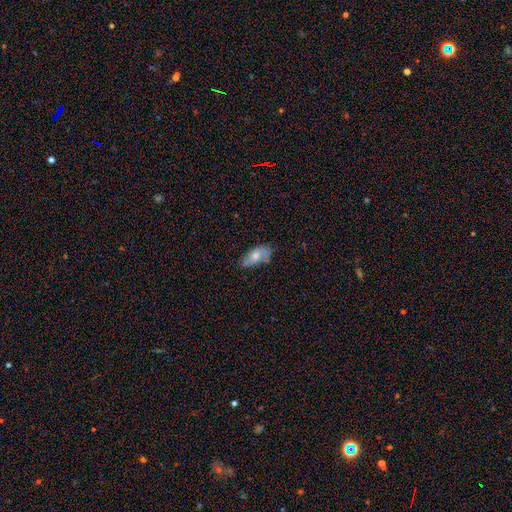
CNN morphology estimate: smooth_or_featured: smooth (p=0.56) [alt: featured or disk p=0.35]
how_rounded: in between (p=0.85) [alt: cigar-shaped p=0.11]
merging: none (p=0.55) [alt: minor disturbance p=0.33]